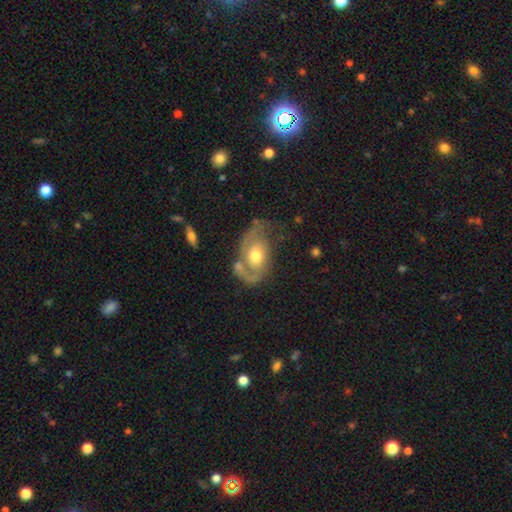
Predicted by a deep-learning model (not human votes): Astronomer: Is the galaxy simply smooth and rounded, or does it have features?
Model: featured or disk — 73%.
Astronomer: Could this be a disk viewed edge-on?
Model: no — 95%.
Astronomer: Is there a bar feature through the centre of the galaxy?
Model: no — 76%.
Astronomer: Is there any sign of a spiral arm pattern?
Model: yes — 81%.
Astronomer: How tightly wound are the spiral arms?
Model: medium — 40% (runner-up: tight, 38%).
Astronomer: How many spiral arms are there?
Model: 2 — 51% (runner-up: 1, 32%).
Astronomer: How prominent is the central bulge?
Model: moderate — 72%.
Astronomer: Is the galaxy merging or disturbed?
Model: none — 46% (runner-up: minor disturbance, 24%).